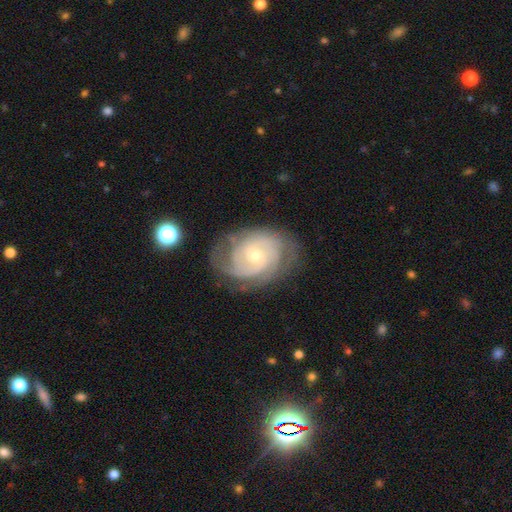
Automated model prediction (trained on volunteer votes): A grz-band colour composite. It shows a featured or disk galaxy (87%) with no bar (68%), 2 (39%) tight (66%) spiral arms (97%) and a small central bulge (65%). Merging: none (72%).